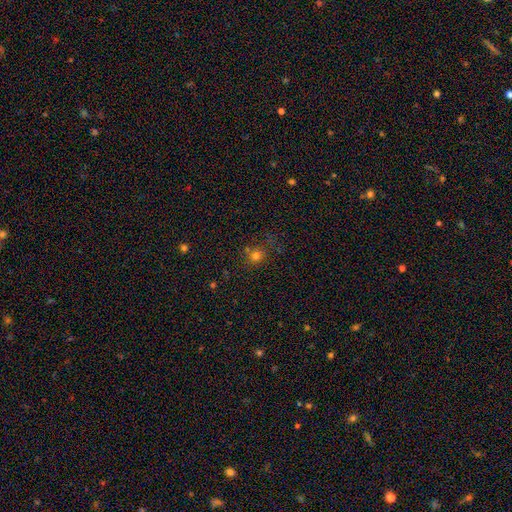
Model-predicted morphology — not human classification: type=smooth (72%); roundness=round (85%); merging=none (67%).